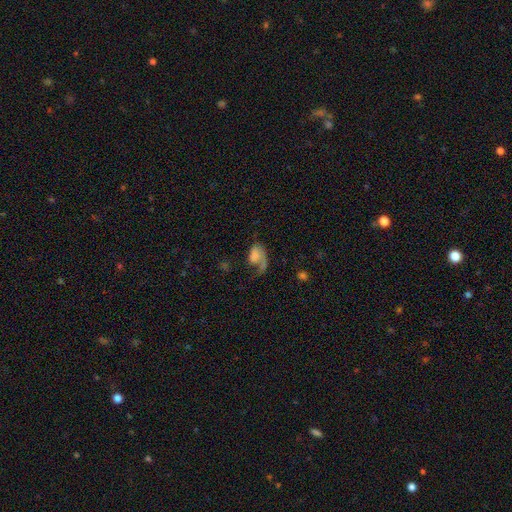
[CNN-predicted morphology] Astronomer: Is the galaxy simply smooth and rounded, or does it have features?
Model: smooth — 49% (runner-up: featured or disk, 40%).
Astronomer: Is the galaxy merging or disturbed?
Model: major disturbance — 48% (runner-up: none, 26%).